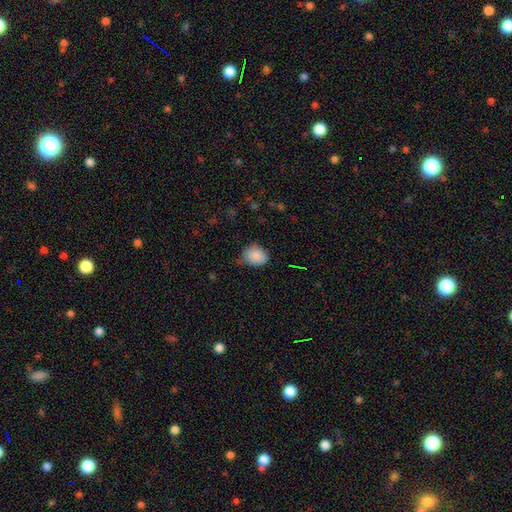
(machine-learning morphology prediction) Smooth or featured: smooth — 86% (star or artifact — 8%)
How rounded: round — 60% (in between — 39%)
Merging: none — 60% (minor disturbance — 32%)